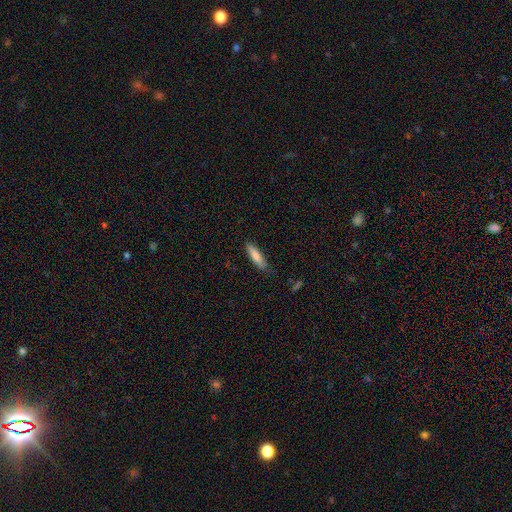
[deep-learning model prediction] Morphology: type=smooth (81%); roundness=cigar-shaped (67%); merging=none (79%).